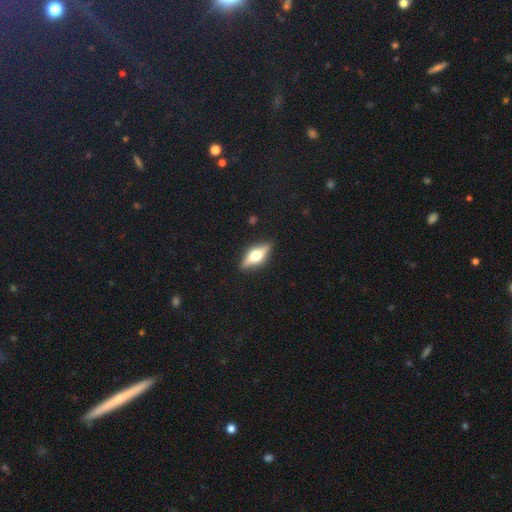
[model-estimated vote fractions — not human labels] featured or disk 55%, smooth 38%, star or artifact 7%. Down the decision tree: edge-on disk — yes (91%); merging — none (87%).